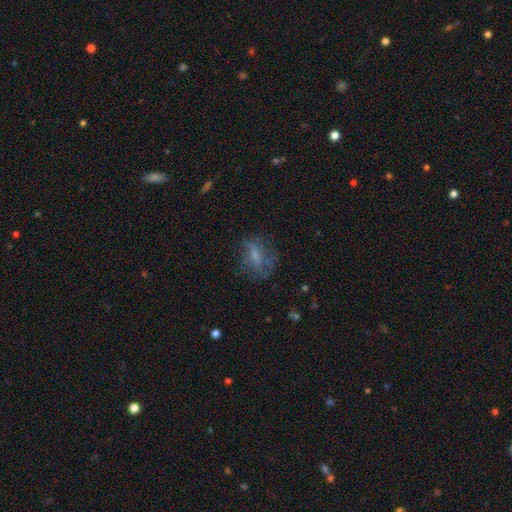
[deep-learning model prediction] Q: Smooth or featured?
A: smooth (46%); runner-up: featured or disk (40%)
Q: Merging?
A: none (59%); runner-up: minor disturbance (21%)